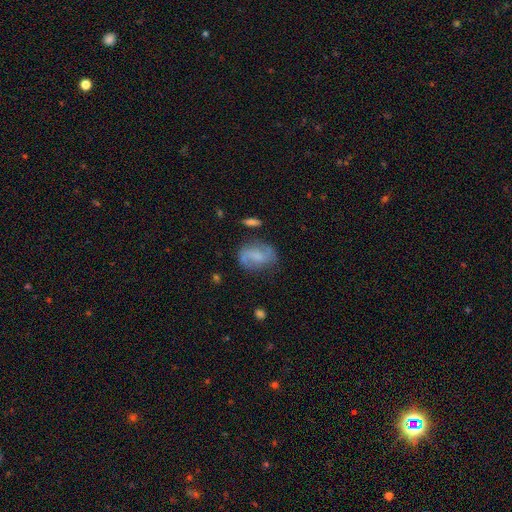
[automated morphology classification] This appears to be a featured or disk galaxy (60%) with a weak bar (44%), 2 (83%) medium (44%) spiral arms (87%) and no central bulge (39%). Merging: none (66%).